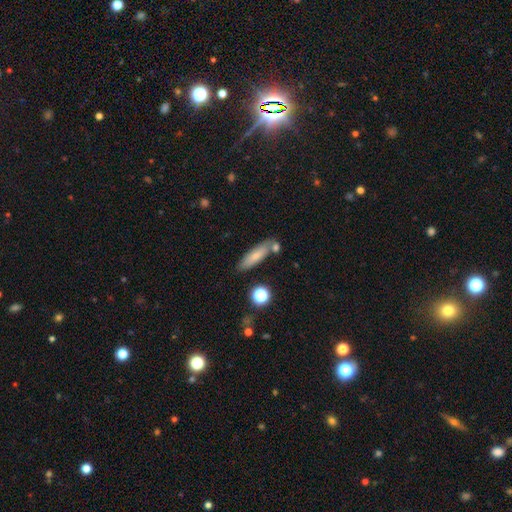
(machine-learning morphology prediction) Smooth or featured? smooth (72%)
How rounded? cigar-shaped (61%)
Merging? none (69%)